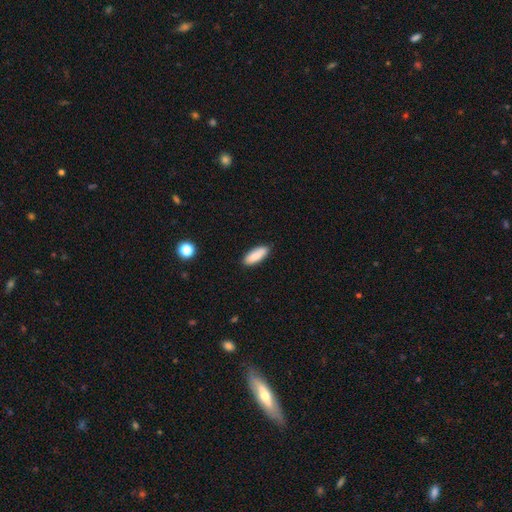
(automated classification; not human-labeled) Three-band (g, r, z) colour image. It shows a smooth galaxy with no disk features (85%) that is in between round and cigar-shaped (69%). Merging: none (86%).